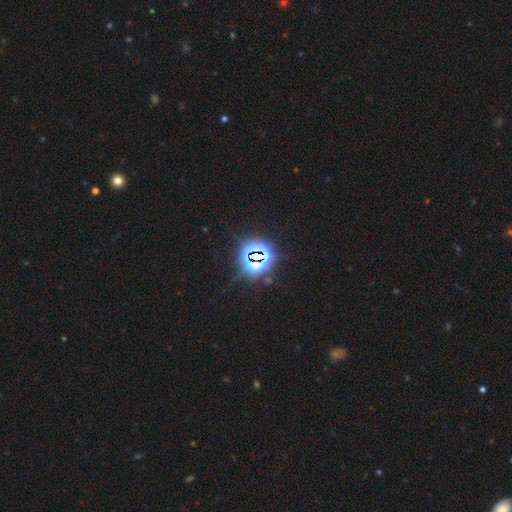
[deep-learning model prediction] A star or artifact, not a galaxy (80%).